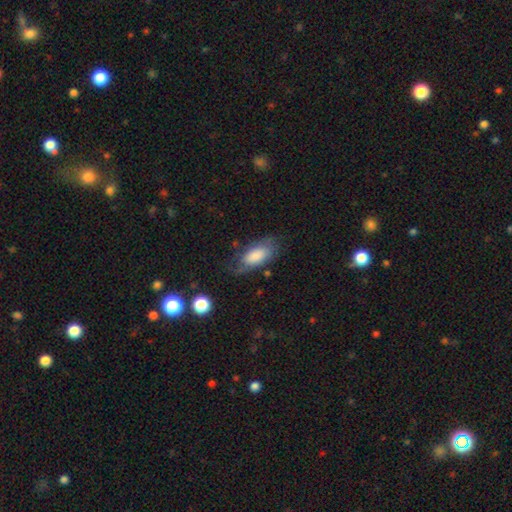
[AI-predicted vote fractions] This appears to be a smooth galaxy with no disk features (73%) that is in between round and cigar-shaped (90%). Merging: none (56%).